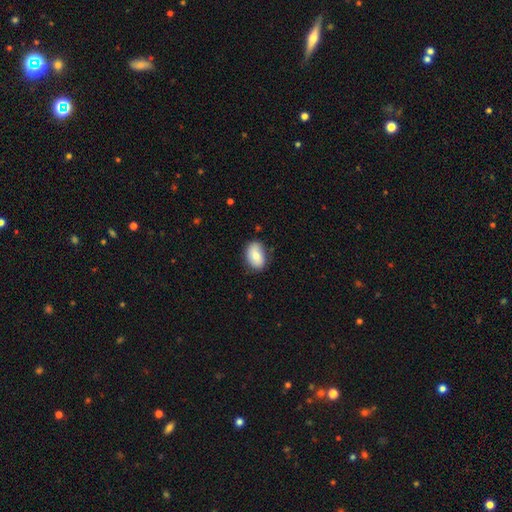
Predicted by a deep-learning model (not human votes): Smooth or featured? Predicted: smooth (p=0.76). How rounded? Predicted: in between (p=0.85). Merging? Predicted: none (p=0.79).